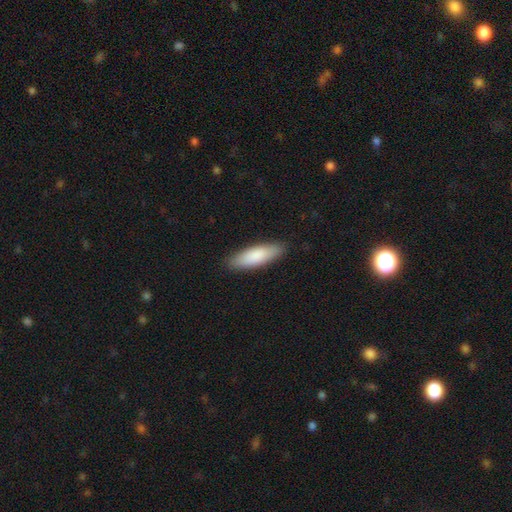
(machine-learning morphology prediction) This appears to be a smooth galaxy with no disk features (86%) that is cigar-shaped (50%). Merging: none (89%).